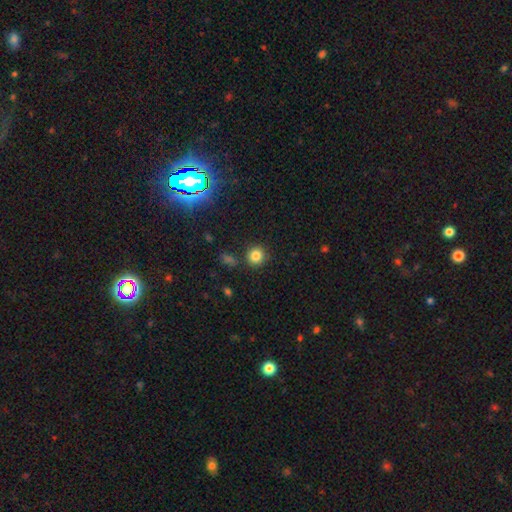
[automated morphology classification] Smooth or featured: smooth — 82% (star or artifact — 12%)
How rounded: round — 91% (in between — 8%)
Merging: none — 86% (minor disturbance — 8%)